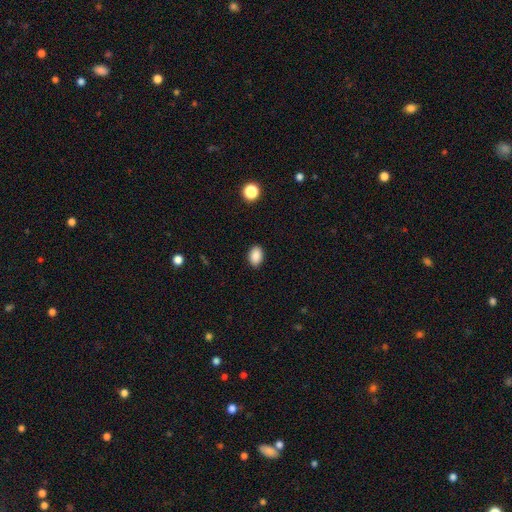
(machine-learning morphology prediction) smooth-or-featured: smooth: 89% | star or artifact: 8% | featured or disk: 3%
  how-rounded: in between: 85% | round: 14% | cigar-shaped: 1%
  merging: none: 89% | minor disturbance: 8% | major disturbance: 2% | merger: 1%